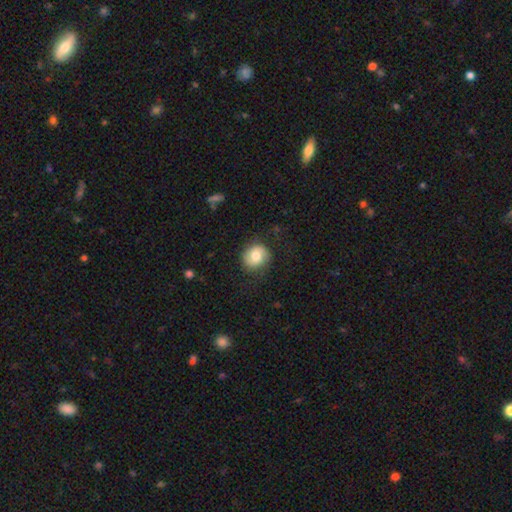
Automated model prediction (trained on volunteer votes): This is likely a smooth galaxy (68%). How rounded: likely round (77%). Merging: likely none (78%).